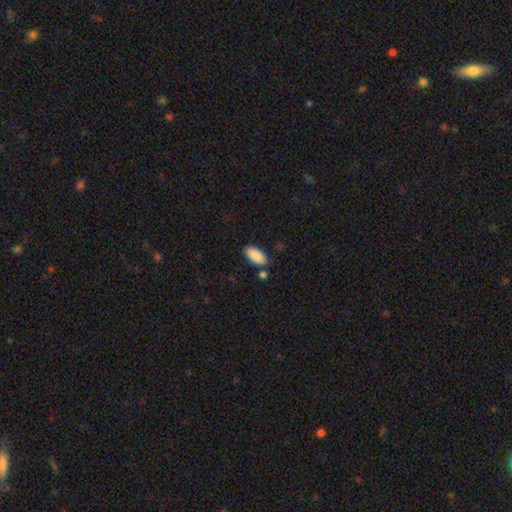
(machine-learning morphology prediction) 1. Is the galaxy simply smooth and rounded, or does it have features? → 89% smooth, 6% star or artifact, 5% featured or disk.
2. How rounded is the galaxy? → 91% in between, 7% cigar-shaped, 2% round.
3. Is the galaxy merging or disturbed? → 79% none, 12% minor disturbance, 6% merger, 3% major disturbance.